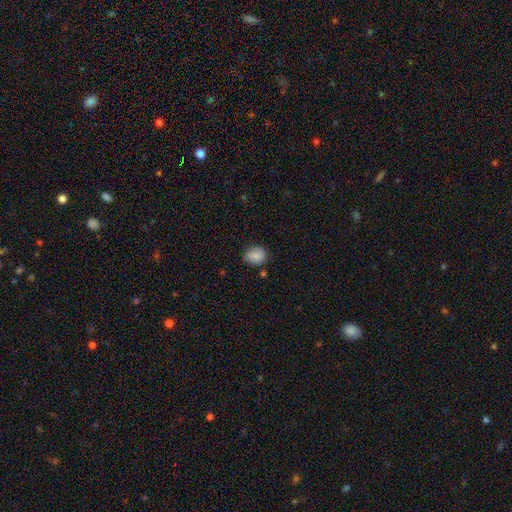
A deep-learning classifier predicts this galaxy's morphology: A smooth galaxy with no disk features (86%) that is in between round and cigar-shaped (51%).

Vote fractions:
- Smooth or featured? smooth: 86% / star or artifact: 8% / featured or disk: 6%
- How rounded? in between: 51% / round: 48% / cigar-shaped: 1%
- Merging? none: 77% / minor disturbance: 17% / major disturbance: 3% / merger: 3%